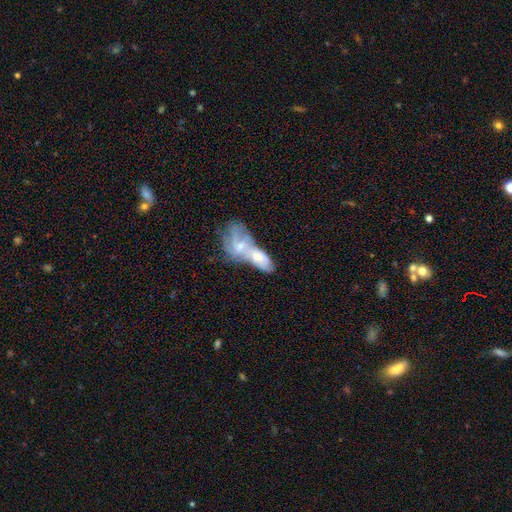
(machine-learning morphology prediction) Smooth or featured? featured or disk (57%)
Edge-on disk? no (90%)
Bar? no (63%)
Spiral arms? yes (71%)
Bulge size? moderate (47%)
Merging? merger (71%)